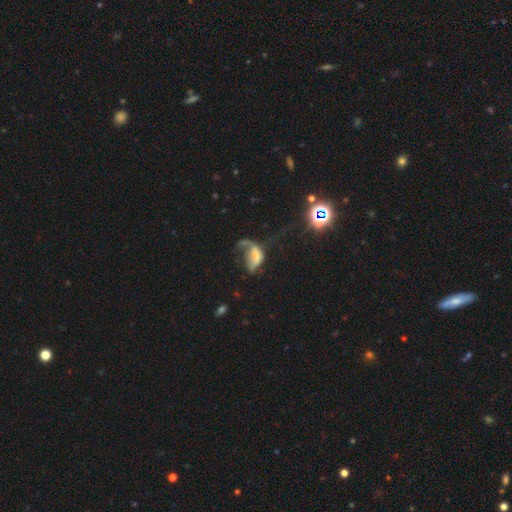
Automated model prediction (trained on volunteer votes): The model was most divided on "smooth or featured": smooth: 47%, featured or disk: 38%, star or artifact: 15%. More confident: merging — major disturbance (59%).